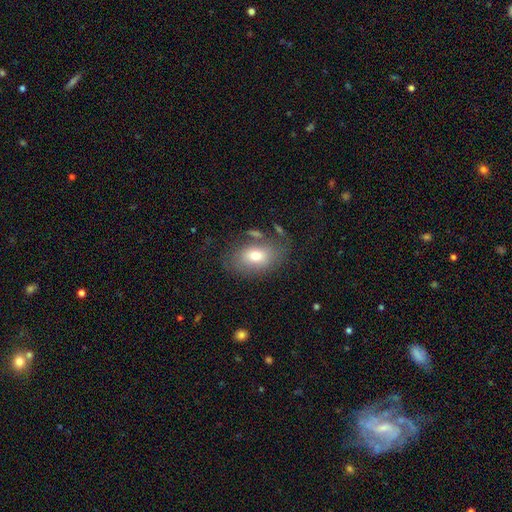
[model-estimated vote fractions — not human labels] A smooth galaxy with no disk features (69%) that is in between round and cigar-shaped (84%).

Vote fractions:
- Smooth or featured? smooth: 69% / featured or disk: 22% / star or artifact: 9%
- How rounded? in between: 84% / round: 14% / cigar-shaped: 1%
- Merging? none: 60% / minor disturbance: 21% / major disturbance: 12% / merger: 7%